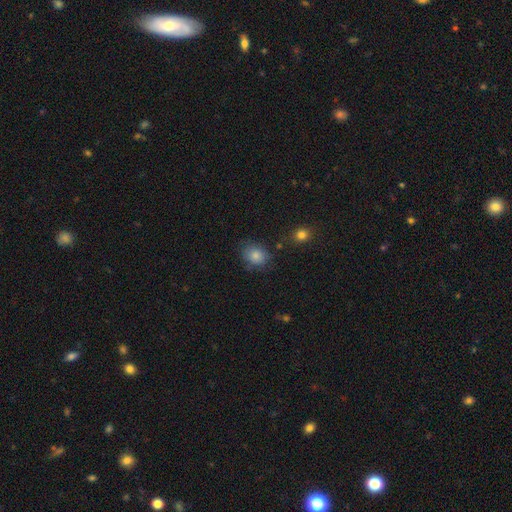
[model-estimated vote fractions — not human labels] Smooth or featured: smooth — 84% (star or artifact — 10%)
How rounded: round — 55% (in between — 44%)
Merging: none — 76% (minor disturbance — 16%)